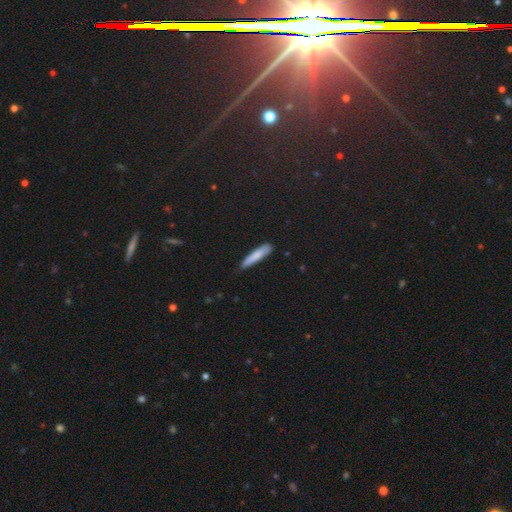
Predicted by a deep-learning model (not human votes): Smooth or featured: smooth — 80% (featured or disk — 14%)
How rounded: cigar-shaped — 89% (in between — 9%)
Merging: none — 75% (minor disturbance — 20%)